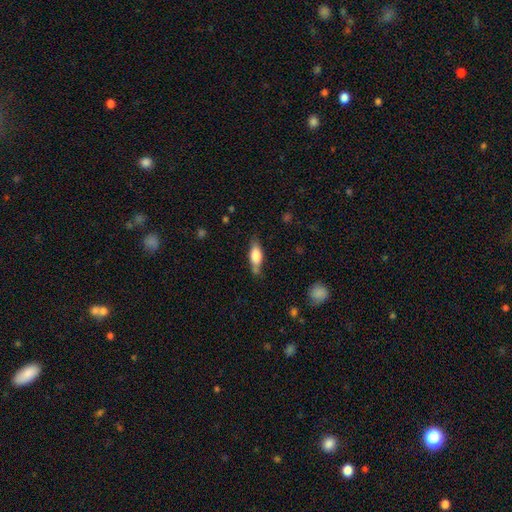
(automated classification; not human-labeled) Smooth or featured?
  - smooth: 67% *
  - featured or disk: 26%
  - star or artifact: 7%
How rounded?
  - in between: 63% *
  - cigar-shaped: 34%
  - round: 3%
Merging?
  - none: 69% *
  - minor disturbance: 22%
  - major disturbance: 5%
  - merger: 4%